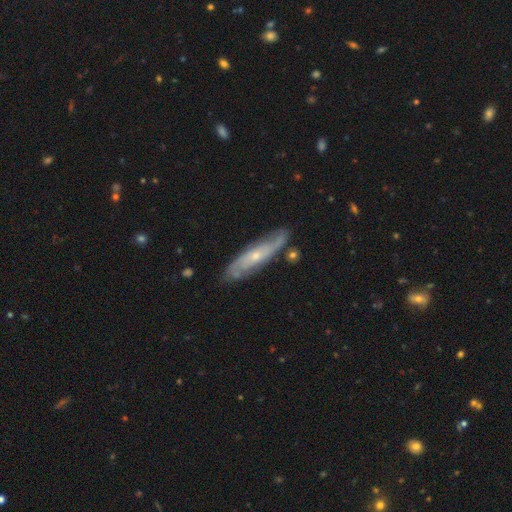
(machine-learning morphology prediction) Overall: featured or disk (71%). Edge-on disk: no (64%; yes 36%). Merging: none (78%).